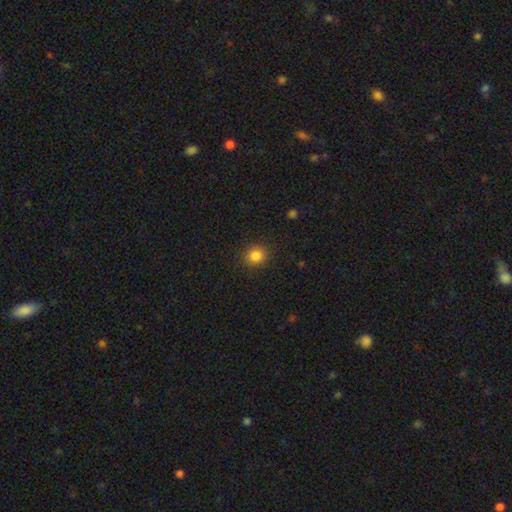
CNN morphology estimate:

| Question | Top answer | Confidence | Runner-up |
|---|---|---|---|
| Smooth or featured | smooth | 84% | star or artifact (11%) |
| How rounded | round | 83% | in between (16%) |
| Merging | none | 90% | minor disturbance (7%) |